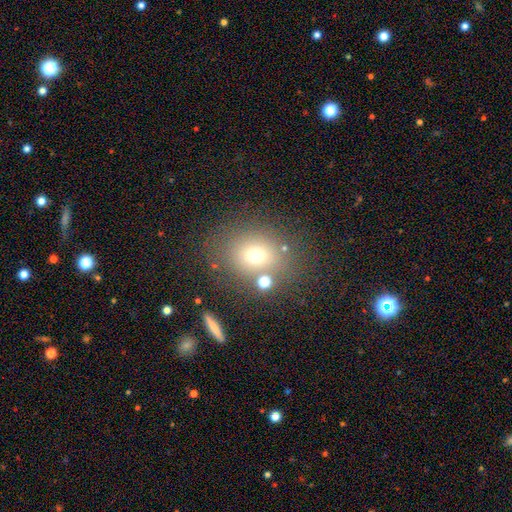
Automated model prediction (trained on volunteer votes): A smooth galaxy with no disk features (68%) that is round (55%).

Vote fractions:
- Smooth or featured? smooth: 68% / star or artifact: 17% / featured or disk: 15%
- How rounded? round: 55% / in between: 44% / cigar-shaped: 1%
- Merging? none: 71% / minor disturbance: 12% / merger: 11% / major disturbance: 6%